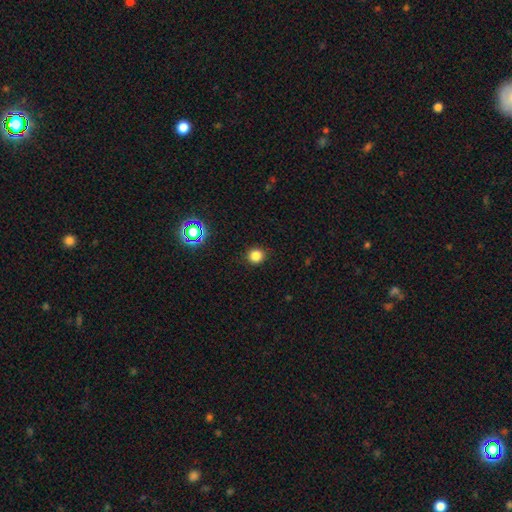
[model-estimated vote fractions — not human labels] This is clearly a smooth galaxy (82%). How rounded: clearly round (90%). Merging: clearly none (91%).